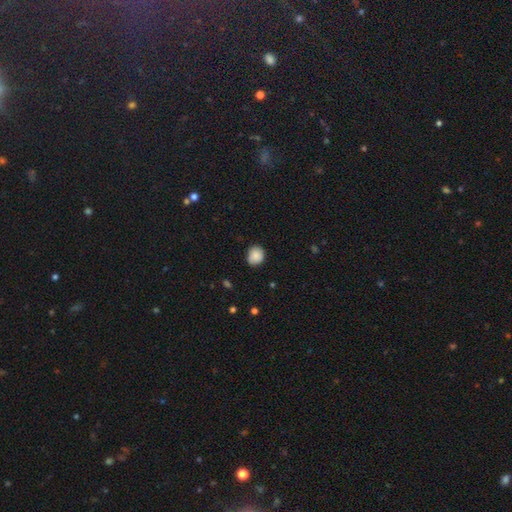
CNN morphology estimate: The model was most divided on "how rounded": round: 64%, in between: 35%, cigar-shaped: 1%. More confident: smooth or featured — smooth (87%); merging — none (76%).